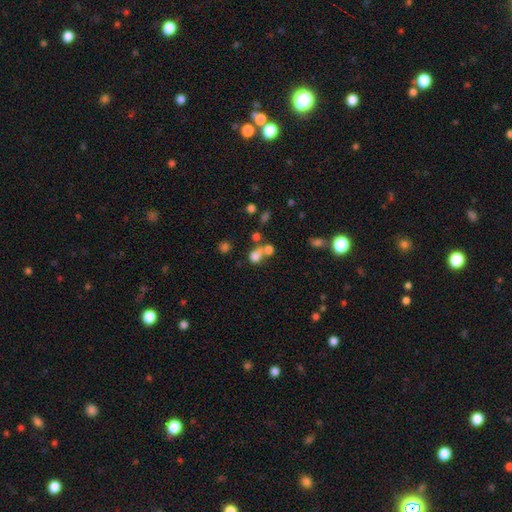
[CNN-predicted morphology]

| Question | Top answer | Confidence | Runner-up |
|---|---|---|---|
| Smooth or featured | smooth | 71% | star or artifact (15%) |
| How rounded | round | 67% | in between (32%) |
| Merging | merger | 52% | none (32%) |